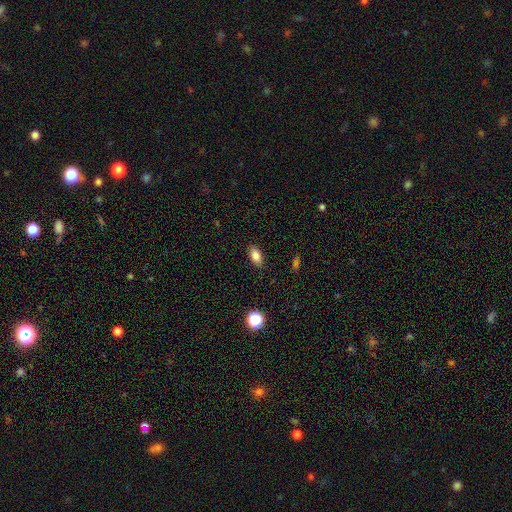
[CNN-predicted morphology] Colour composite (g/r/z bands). It shows a smooth galaxy with no disk features (83%) that is in between round and cigar-shaped (88%). Merging: none (87%).